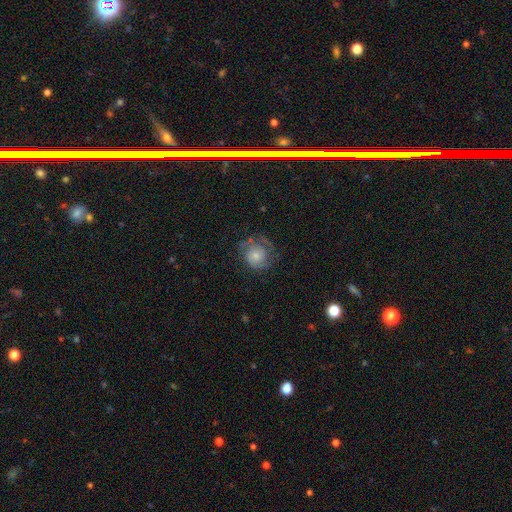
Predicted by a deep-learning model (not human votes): Q: Smooth or featured?
A: featured or disk (52%); runner-up: smooth (40%)
Q: Edge-on disk?
A: no (98%); runner-up: yes (2%)
Q: Bar?
A: no (80%); runner-up: weak (17%)
Q: Spiral arms?
A: yes (78%); runner-up: no (22%)
Q: Bulge size?
A: small (46%); runner-up: moderate (38%)
Q: Merging?
A: none (58%); runner-up: minor disturbance (23%)